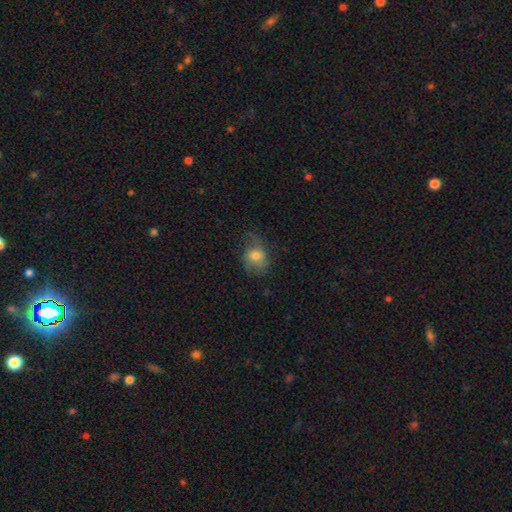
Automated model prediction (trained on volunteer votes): Smooth or featured? smooth (54%)
How rounded? round (50%)
Merging? none (49%)